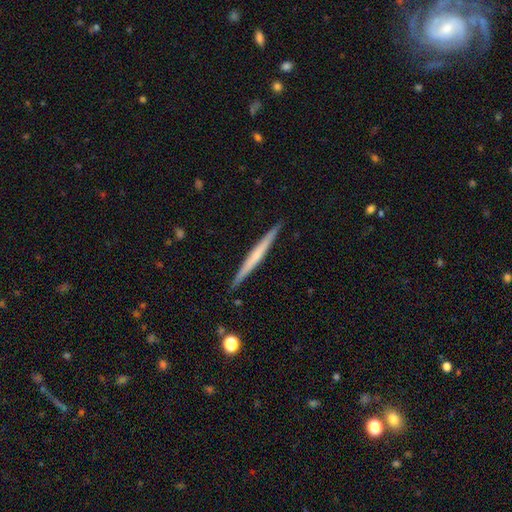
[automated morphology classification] Smooth or featured?
  - featured or disk: 55% *
  - smooth: 39%
  - star or artifact: 5%
Edge-on disk?
  - yes: 98% *
  - no: 2%
Edge-on bulge?
  - none: 70% *
  - rounded: 23%
  - boxy: 7%
Merging?
  - none: 92% *
  - minor disturbance: 6%
  - major disturbance: 1%
  - merger: 1%